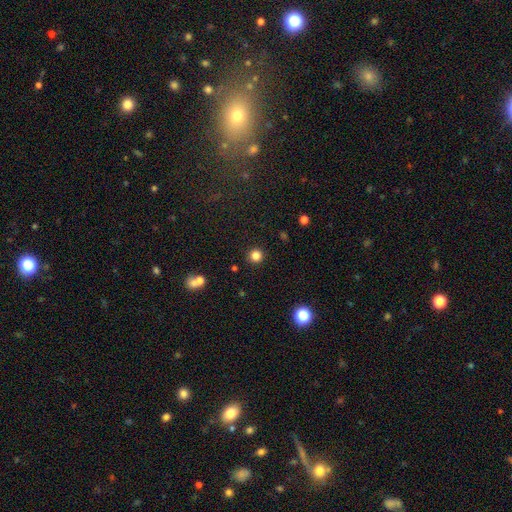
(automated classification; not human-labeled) Smooth or featured: smooth — 83% (star or artifact — 13%)
How rounded: round — 95% (in between — 4%)
Merging: none — 92% (minor disturbance — 5%)